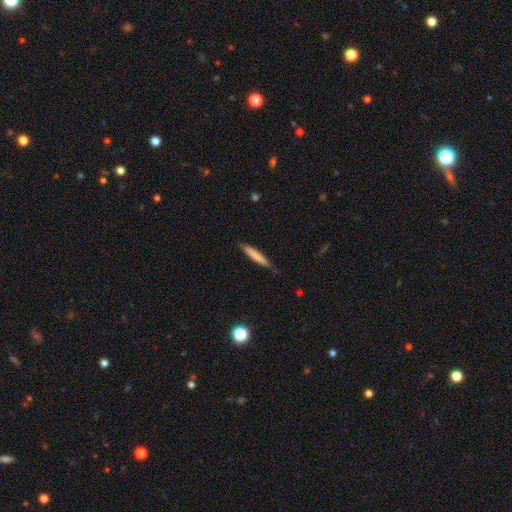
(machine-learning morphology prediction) Overall: smooth (75%). How rounded: cigar-shaped (94%). Merging: none (83%).